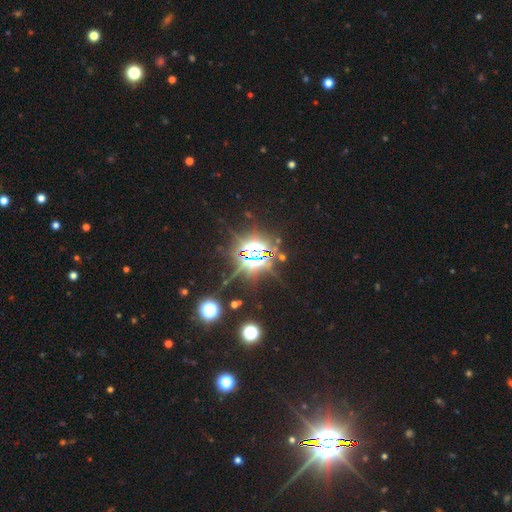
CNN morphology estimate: Overall: star or artifact (84%).